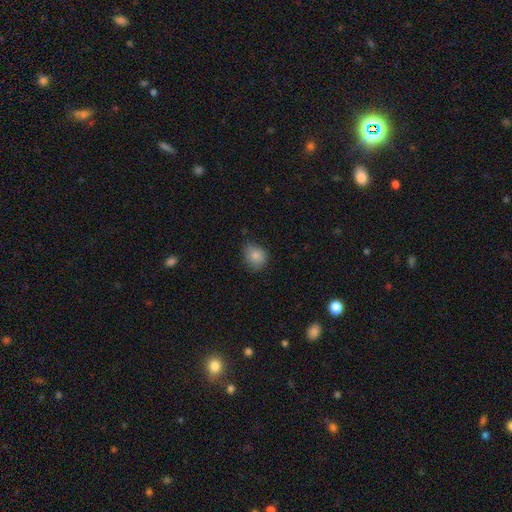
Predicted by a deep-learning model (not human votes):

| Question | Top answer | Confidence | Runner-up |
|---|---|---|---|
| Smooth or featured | smooth | 84% | star or artifact (9%) |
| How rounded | round | 73% | in between (26%) |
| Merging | none | 69% | minor disturbance (26%) |